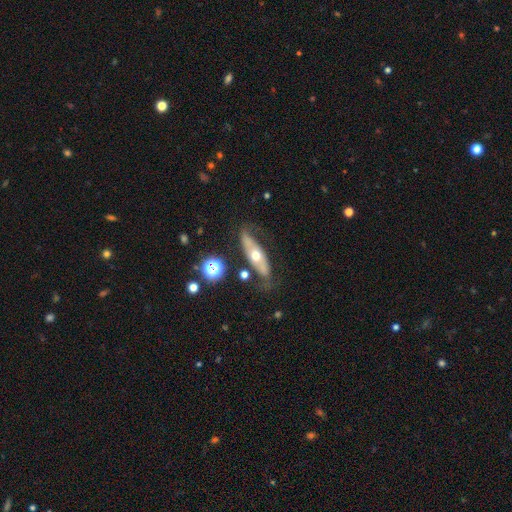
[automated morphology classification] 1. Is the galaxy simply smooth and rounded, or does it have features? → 57% featured or disk, 36% smooth, 8% star or artifact.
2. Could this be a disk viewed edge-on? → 65% no, 35% yes.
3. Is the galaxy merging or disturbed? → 64% none, 22% minor disturbance, 11% major disturbance, 4% merger.